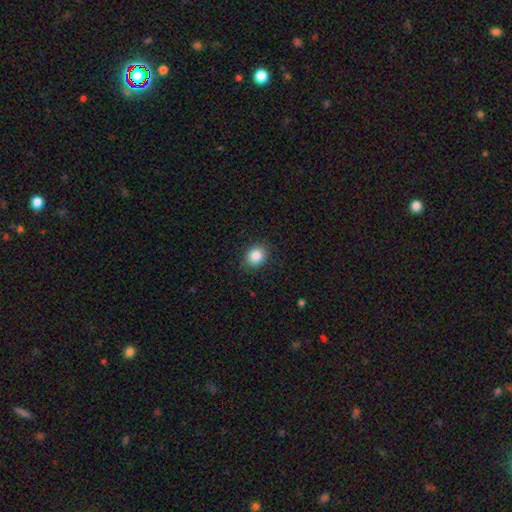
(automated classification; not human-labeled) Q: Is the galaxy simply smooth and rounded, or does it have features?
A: smooth — 86%.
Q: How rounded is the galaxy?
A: round — 69%.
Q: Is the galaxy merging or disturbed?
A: none — 88%.